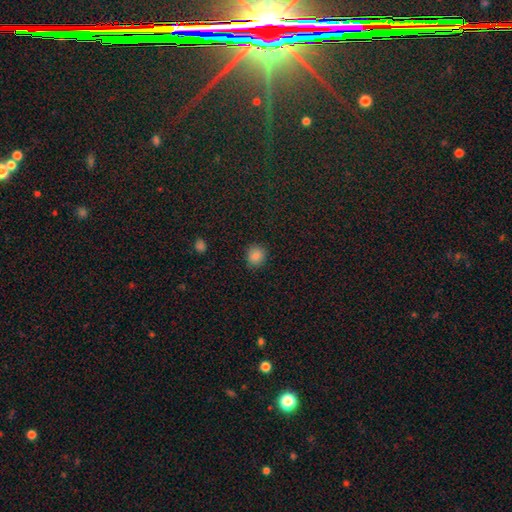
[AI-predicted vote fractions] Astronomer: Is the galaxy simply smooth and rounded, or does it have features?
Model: smooth — 85%.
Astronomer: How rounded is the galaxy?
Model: round — 85%.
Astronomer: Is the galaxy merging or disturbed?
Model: none — 88%.